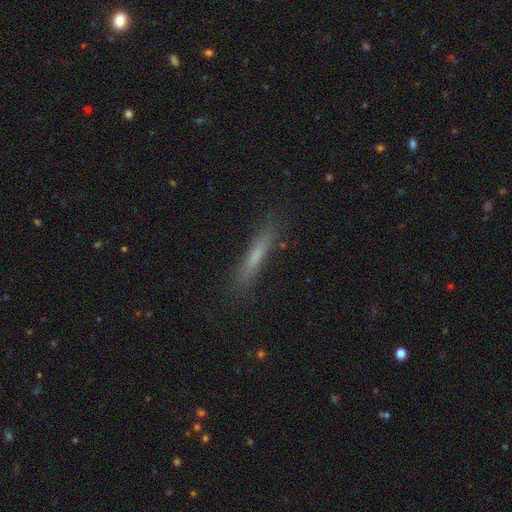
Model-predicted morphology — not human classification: The model was most divided on "smooth or featured": smooth: 60%, featured or disk: 31%, star or artifact: 9%. More confident: how rounded — cigar-shaped (93%); merging — none (85%).